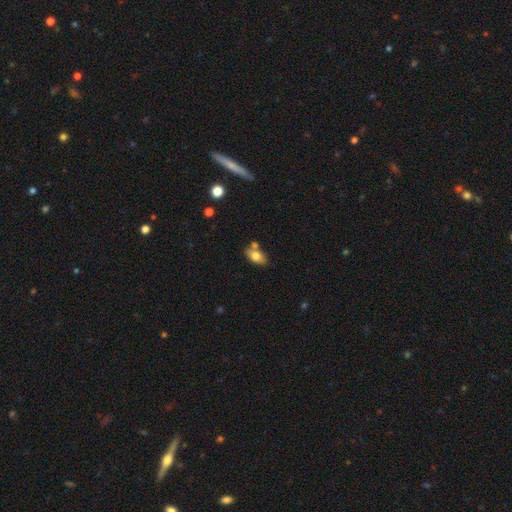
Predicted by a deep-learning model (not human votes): Morphology: type=smooth (77%); roundness=in between (89%); merging=none (63%).